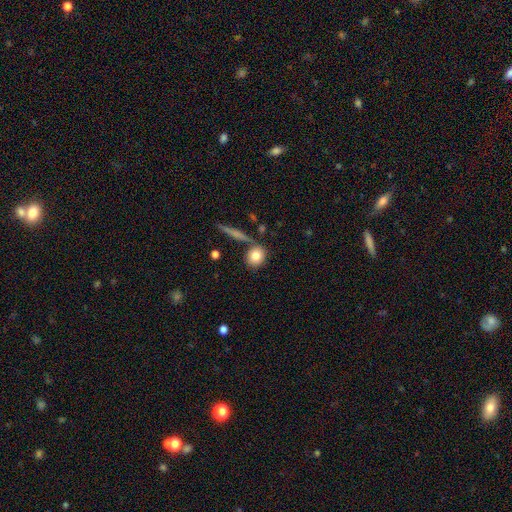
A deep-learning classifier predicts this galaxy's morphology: Smooth or featured?
  - smooth: 81% *
  - featured or disk: 11%
  - star or artifact: 9%
How rounded?
  - round: 73% *
  - in between: 24%
  - cigar-shaped: 3%
Merging?
  - none: 74% *
  - minor disturbance: 11%
  - merger: 11%
  - major disturbance: 4%